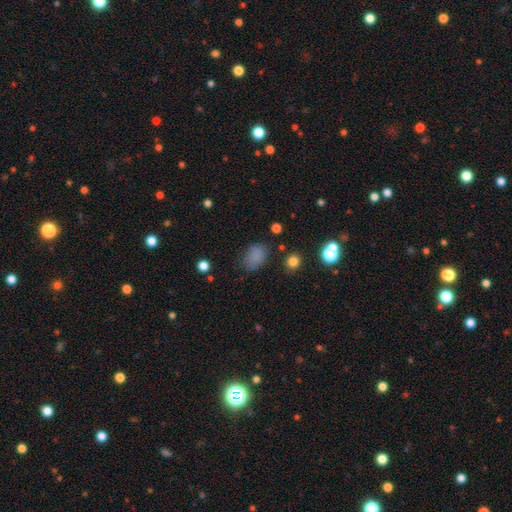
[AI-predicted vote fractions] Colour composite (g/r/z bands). It shows a smooth galaxy with no disk features (80%) that is in between round and cigar-shaped (76%). Merging: none (69%).